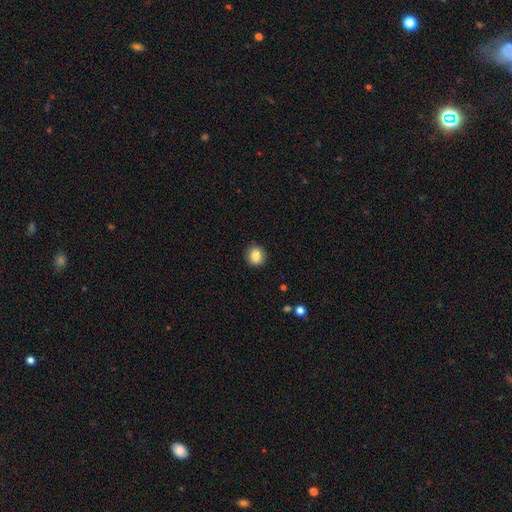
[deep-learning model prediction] Morphology: type=smooth (87%); roundness=round (79%); merging=none (88%).